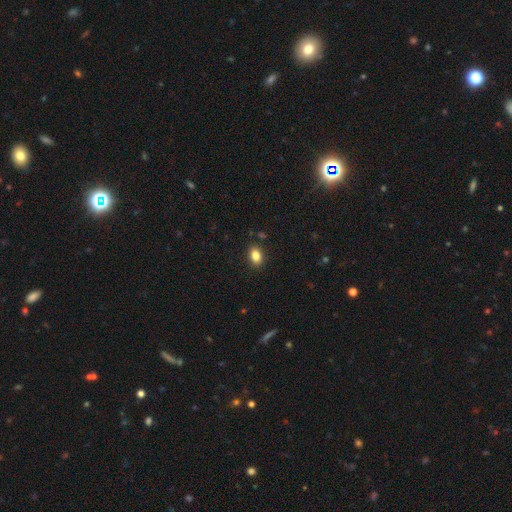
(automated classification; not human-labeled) Q: Smooth or featured?
A: smooth (84%); runner-up: star or artifact (10%)
Q: How rounded?
A: in between (80%); runner-up: round (19%)
Q: Merging?
A: none (88%); runner-up: minor disturbance (8%)